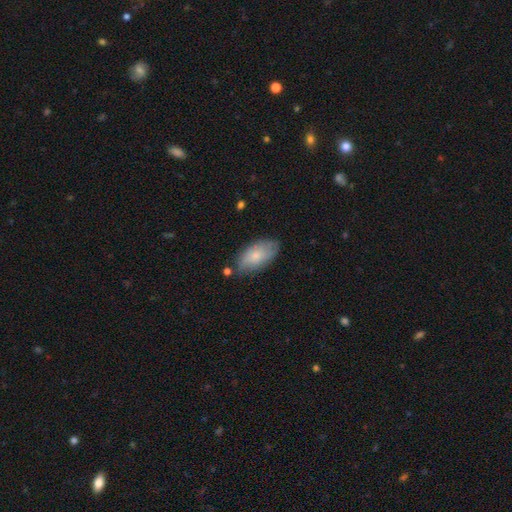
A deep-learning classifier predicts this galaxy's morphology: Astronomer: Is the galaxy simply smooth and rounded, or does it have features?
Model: smooth — 71%.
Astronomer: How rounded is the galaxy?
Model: in between — 93%.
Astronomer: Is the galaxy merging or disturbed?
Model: none — 69%.